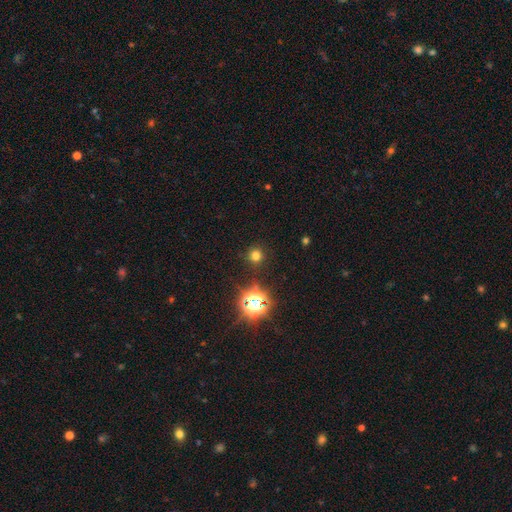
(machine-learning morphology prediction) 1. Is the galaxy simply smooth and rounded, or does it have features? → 68% smooth, 26% star or artifact, 6% featured or disk.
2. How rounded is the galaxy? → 94% round, 5% in between, 1% cigar-shaped.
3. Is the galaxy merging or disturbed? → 88% none, 7% minor disturbance, 3% major disturbance, 2% merger.